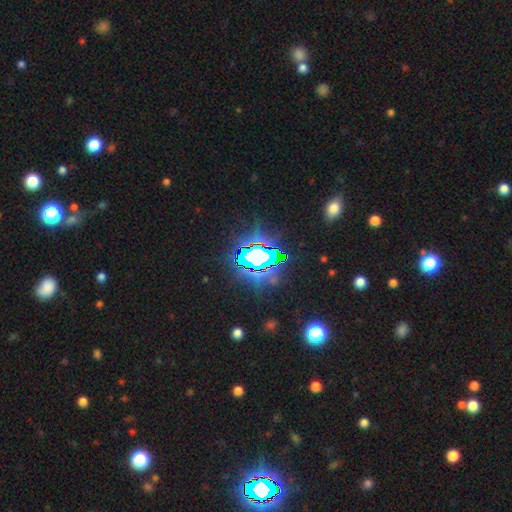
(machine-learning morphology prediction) Smooth or featured? Predicted: star or artifact (p=0.72).